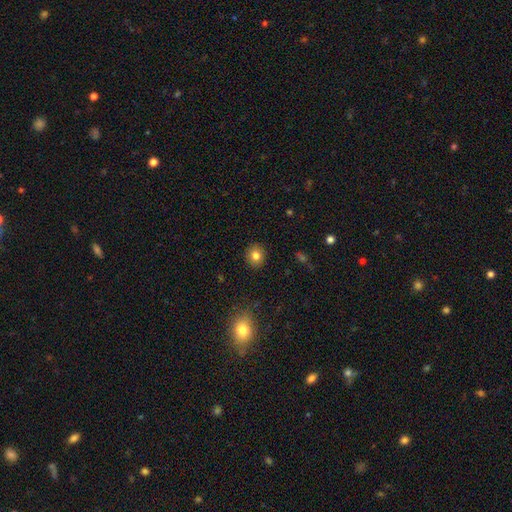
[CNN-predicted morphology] The model was most divided on "how rounded": round: 80%, in between: 19%, cigar-shaped: 1%. More confident: merging — none (90%); smooth or featured — smooth (81%).